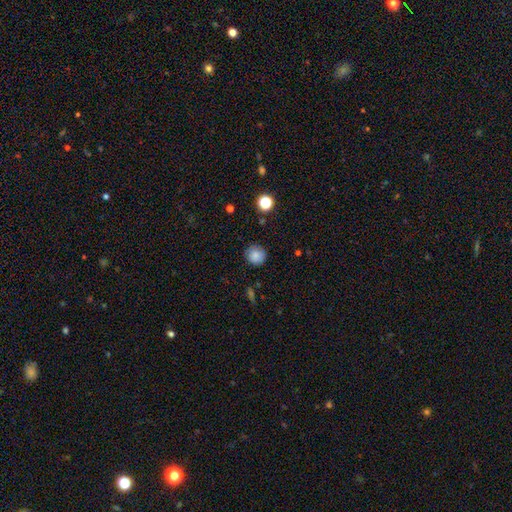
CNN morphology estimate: smooth_or_featured: smooth (p=0.83) [alt: star or artifact p=0.10]
how_rounded: round (p=0.92) [alt: in between p=0.07]
merging: none (p=0.85) [alt: minor disturbance p=0.11]